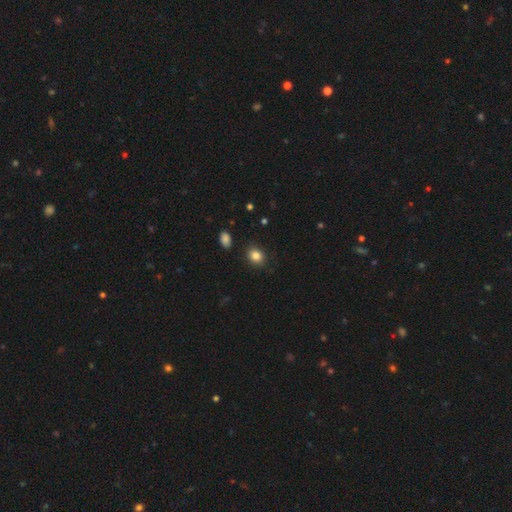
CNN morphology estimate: type=smooth (84%); roundness=round (51%); merging=none (86%).